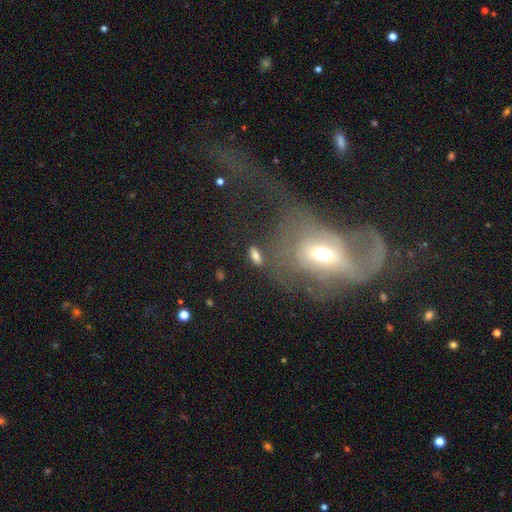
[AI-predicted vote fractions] This appears to be a smooth galaxy with no disk features (74%) that is in between round and cigar-shaped (76%). Merging: none (76%).